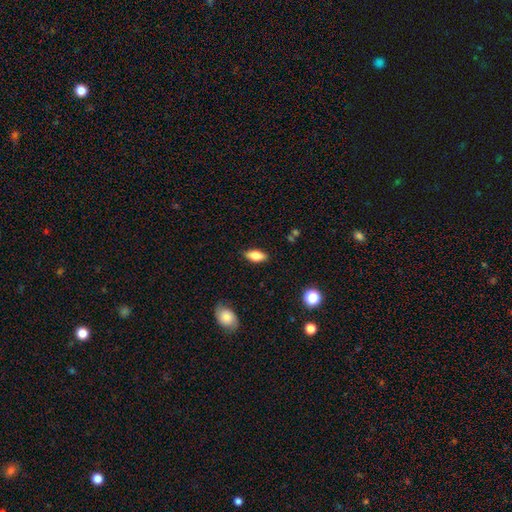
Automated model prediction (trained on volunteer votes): This appears to be a smooth galaxy with no disk features (75%) that is in between round and cigar-shaped (85%). Merging: none (86%).